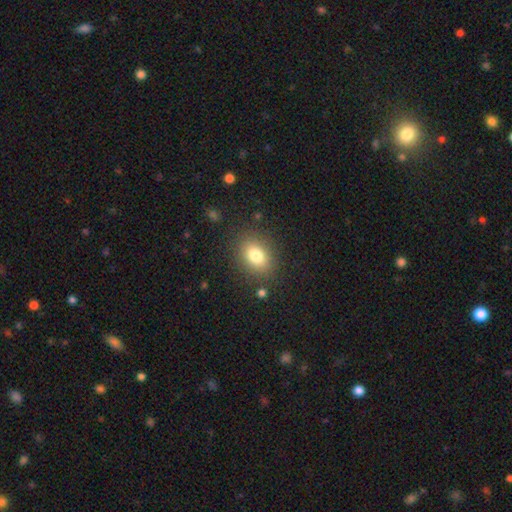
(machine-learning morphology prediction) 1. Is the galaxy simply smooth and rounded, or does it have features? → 80% smooth, 11% star or artifact, 10% featured or disk.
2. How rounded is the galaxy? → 66% in between, 33% round, 1% cigar-shaped.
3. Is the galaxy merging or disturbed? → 84% none, 10% minor disturbance, 4% major disturbance, 2% merger.